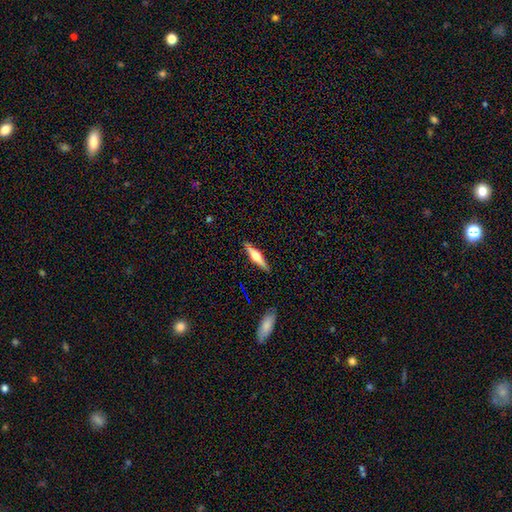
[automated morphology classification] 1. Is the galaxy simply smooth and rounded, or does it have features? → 54% featured or disk, 40% smooth, 6% star or artifact.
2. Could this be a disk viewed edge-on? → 95% yes, 5% no.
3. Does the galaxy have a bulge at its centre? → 85% rounded, 11% boxy, 4% none.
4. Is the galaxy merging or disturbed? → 87% none, 10% minor disturbance, 2% major disturbance, 2% merger.